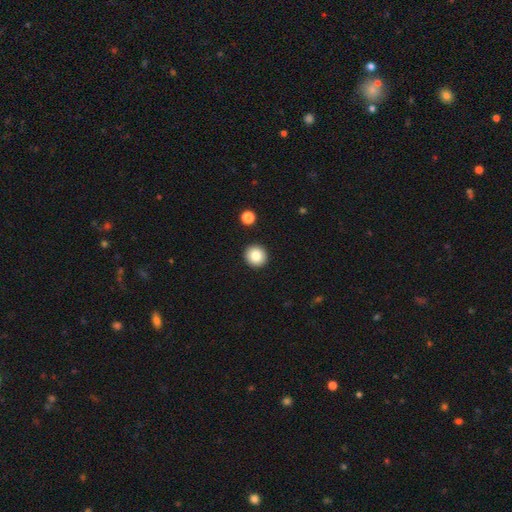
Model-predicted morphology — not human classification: Smooth or featured?
  - smooth: 84% *
  - star or artifact: 9%
  - featured or disk: 7%
How rounded?
  - round: 93% *
  - in between: 6%
  - cigar-shaped: 1%
Merging?
  - none: 92% *
  - minor disturbance: 5%
  - major disturbance: 2%
  - merger: 2%